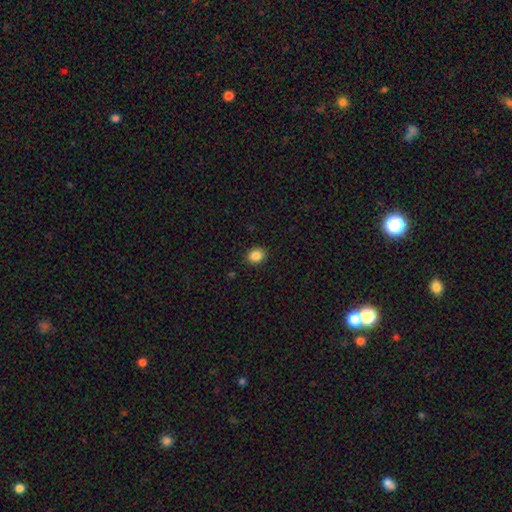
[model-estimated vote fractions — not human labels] smooth-or-featured: smooth: 86% | star or artifact: 10% | featured or disk: 4%
  how-rounded: round: 67% | in between: 32% | cigar-shaped: 1%
  merging: none: 90% | minor disturbance: 7% | major disturbance: 2% | merger: 1%